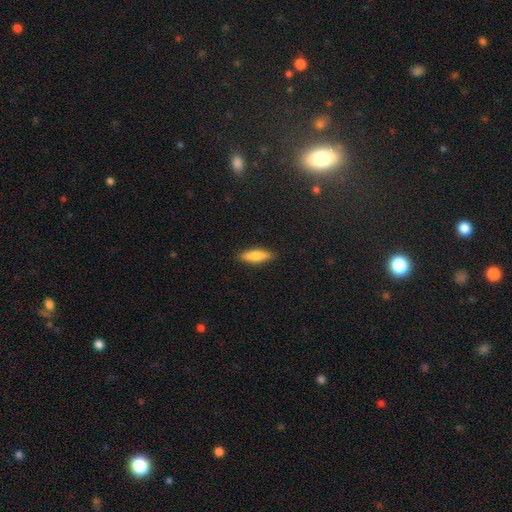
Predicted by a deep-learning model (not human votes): This appears to be a smooth galaxy with no disk features (78%) that is cigar-shaped (58%). Merging: none (89%).